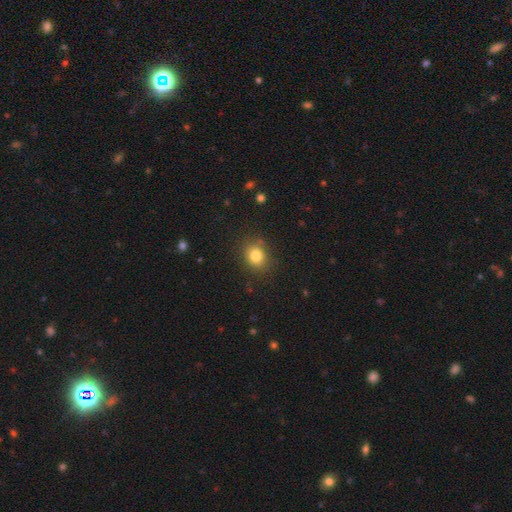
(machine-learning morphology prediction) The model was most divided on "how rounded": round: 69%, in between: 30%, cigar-shaped: 1%. More confident: merging — none (84%); smooth or featured — smooth (81%).